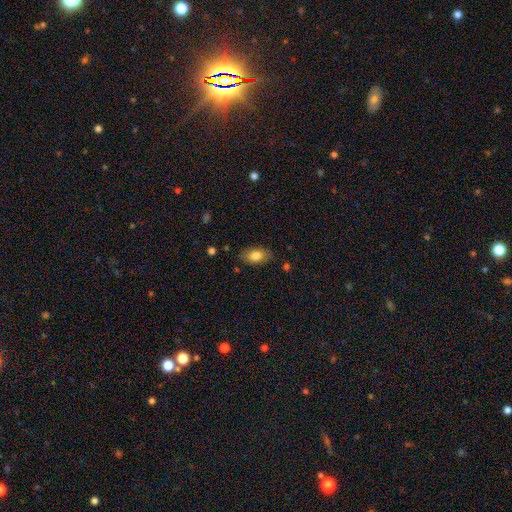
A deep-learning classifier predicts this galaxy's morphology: A smooth galaxy with no disk features (79%) that is in between round and cigar-shaped (92%).

Vote fractions:
- Smooth or featured? smooth: 79% / featured or disk: 14% / star or artifact: 7%
- How rounded? in between: 92% / round: 5% / cigar-shaped: 3%
- Merging? none: 81% / minor disturbance: 14% / major disturbance: 3% / merger: 1%